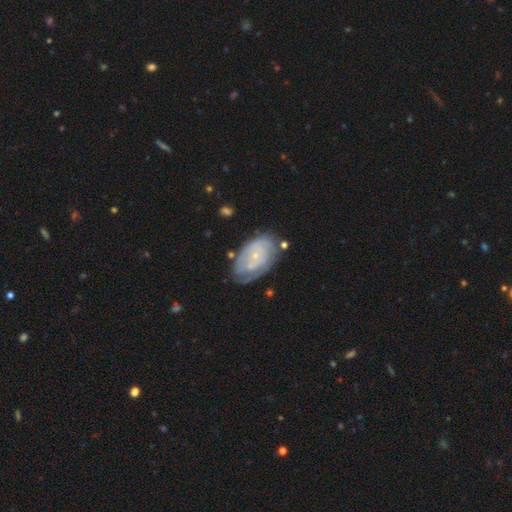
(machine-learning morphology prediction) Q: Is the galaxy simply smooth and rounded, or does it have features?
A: featured or disk — 74%.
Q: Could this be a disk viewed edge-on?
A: no — 96%.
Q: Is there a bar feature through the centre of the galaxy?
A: no — 78%.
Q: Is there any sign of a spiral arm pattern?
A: yes — 83%.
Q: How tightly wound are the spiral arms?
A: tight — 69%.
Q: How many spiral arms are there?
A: can't tell — 50%.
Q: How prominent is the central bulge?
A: small — 81%.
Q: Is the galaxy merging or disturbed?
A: none — 62%.